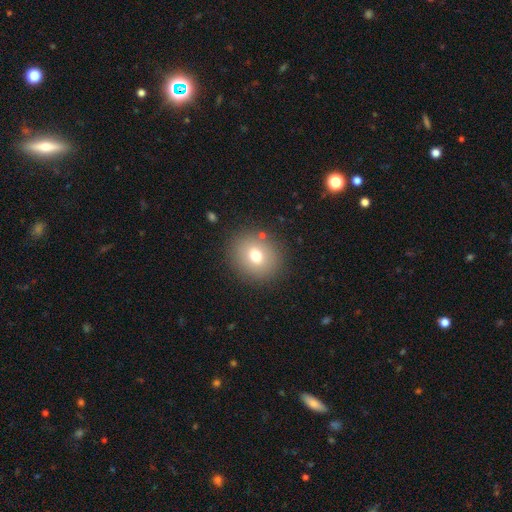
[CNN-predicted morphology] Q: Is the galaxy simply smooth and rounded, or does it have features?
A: smooth — 72%.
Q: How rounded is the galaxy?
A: round — 77%.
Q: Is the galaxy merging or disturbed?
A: none — 86%.